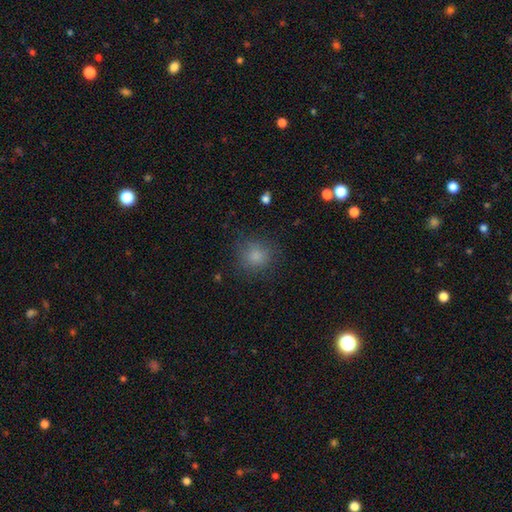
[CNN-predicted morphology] smooth-or-featured: smooth: 83% | star or artifact: 12% | featured or disk: 6%
  how-rounded: round: 87% | in between: 12% | cigar-shaped: 1%
  merging: none: 81% | minor disturbance: 13% | major disturbance: 5% | merger: 1%